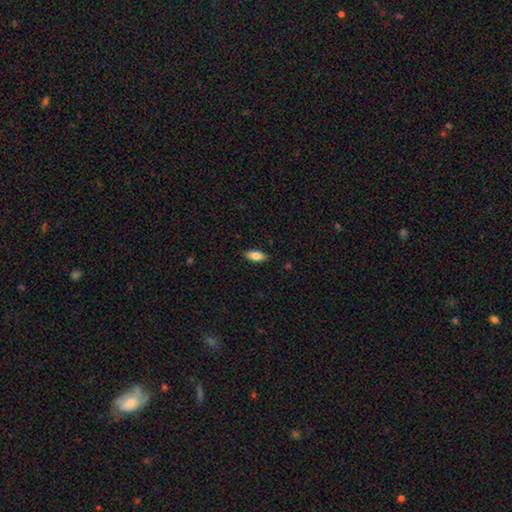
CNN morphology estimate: Smooth or featured? smooth (75%)
How rounded? in between (80%)
Merging? none (88%)